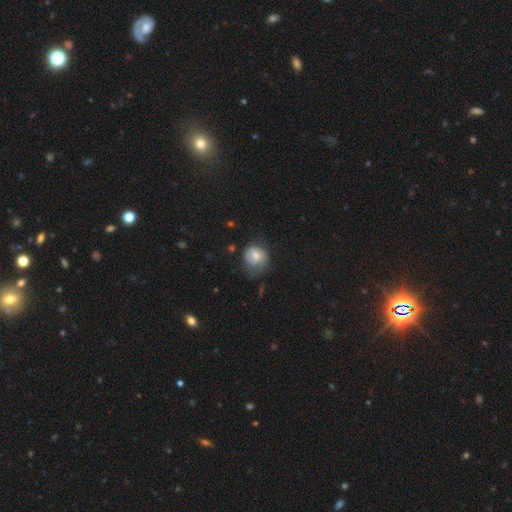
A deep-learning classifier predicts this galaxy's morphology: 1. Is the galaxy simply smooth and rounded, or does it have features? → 68% smooth, 23% featured or disk, 9% star or artifact.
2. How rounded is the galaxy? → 71% round, 28% in between, 1% cigar-shaped.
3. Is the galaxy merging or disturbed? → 44% none, 33% minor disturbance, 21% major disturbance, 2% merger.